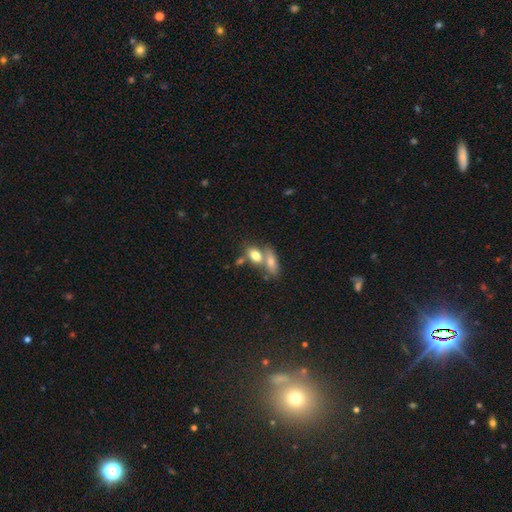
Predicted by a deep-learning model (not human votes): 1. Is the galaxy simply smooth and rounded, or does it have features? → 74% smooth, 18% featured or disk, 8% star or artifact.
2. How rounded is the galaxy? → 82% in between, 11% round, 7% cigar-shaped.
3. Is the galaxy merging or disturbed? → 58% merger, 30% none, 8% minor disturbance, 4% major disturbance.